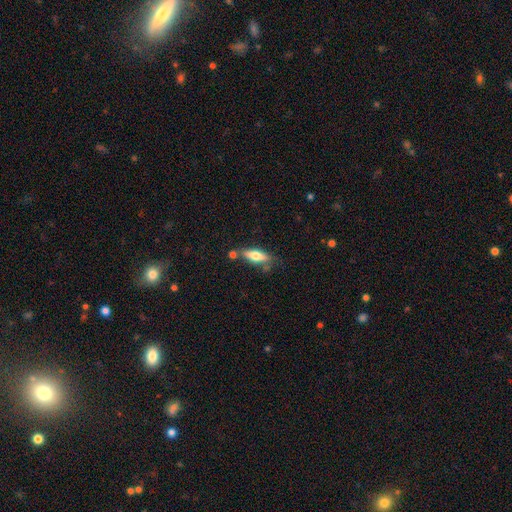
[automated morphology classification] The model was most divided on "how rounded": in between: 54%, cigar-shaped: 43%, round: 3%. More confident: merging — none (65%); smooth or featured — smooth (63%).